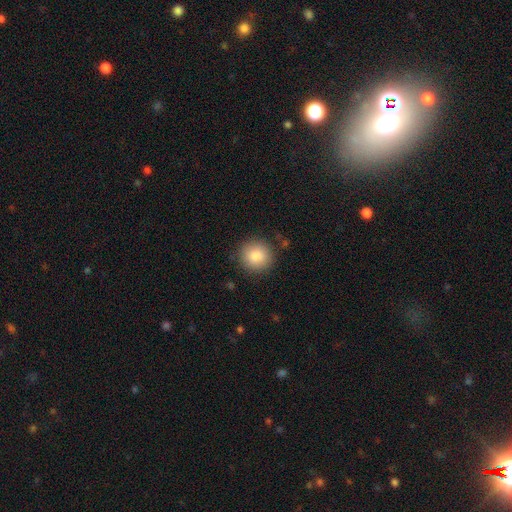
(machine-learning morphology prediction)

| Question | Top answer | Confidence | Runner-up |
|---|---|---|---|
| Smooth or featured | smooth | 85% | star or artifact (9%) |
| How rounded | round | 93% | in between (6%) |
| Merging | none | 87% | minor disturbance (8%) |